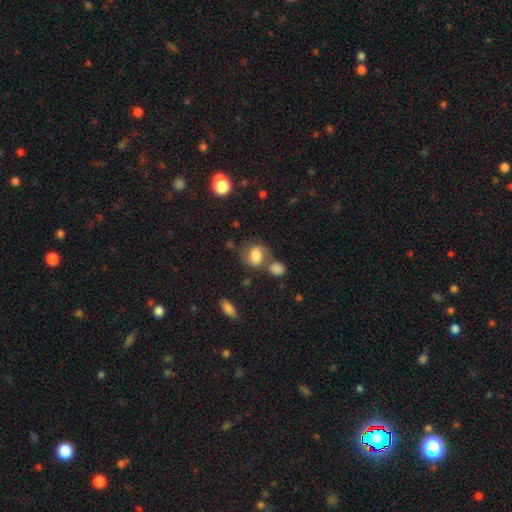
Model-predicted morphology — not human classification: The model was most divided on "how rounded": in between: 55%, round: 43%, cigar-shaped: 2%. Remaining: smooth or featured — smooth (73%); merging — none (46%).